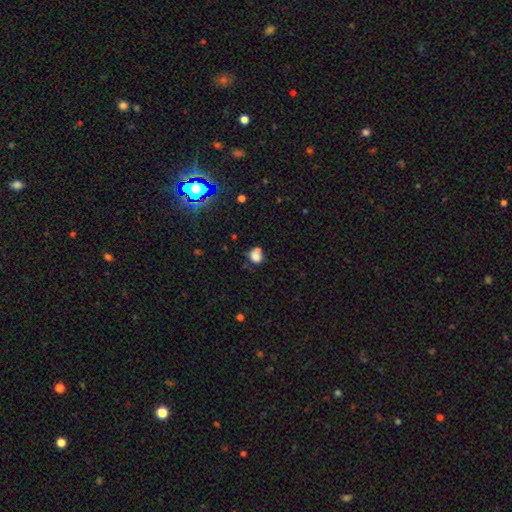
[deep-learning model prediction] Morphology: type=smooth (73%); roundness=round (59%); merging=none (38%).